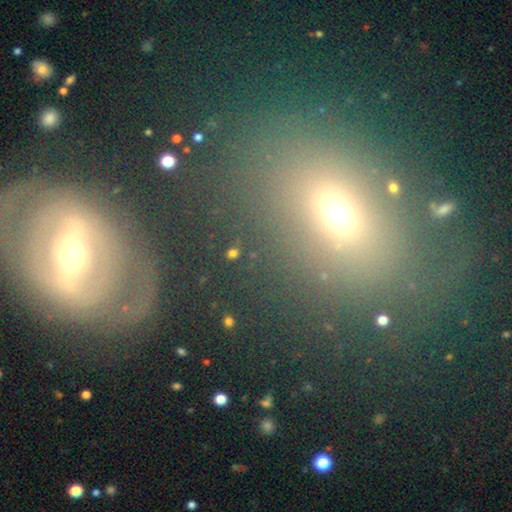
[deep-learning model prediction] A smooth galaxy with no disk features (42%).

Vote fractions:
- Smooth or featured? smooth: 42% / featured or disk: 34% / star or artifact: 24%
- Merging? none: 63% / minor disturbance: 15% / major disturbance: 12% / merger: 10%